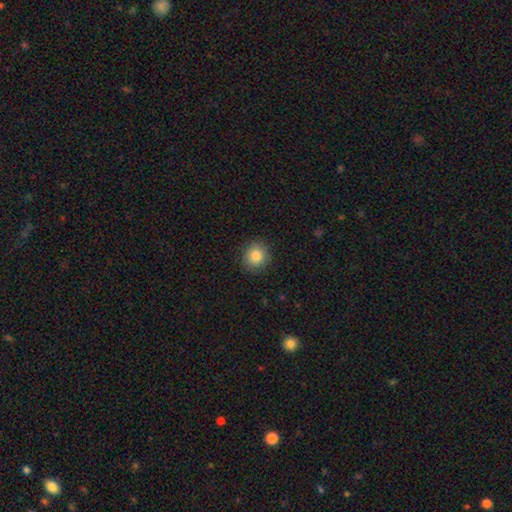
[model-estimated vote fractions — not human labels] Morphology: type=smooth (84%); roundness=round (89%); merging=none (89%).